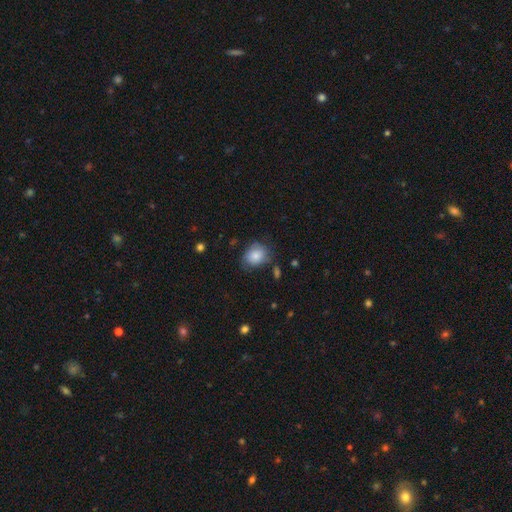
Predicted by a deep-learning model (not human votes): This appears to be a smooth galaxy with no disk features (82%) that is round (55%). Merging: none (63%).